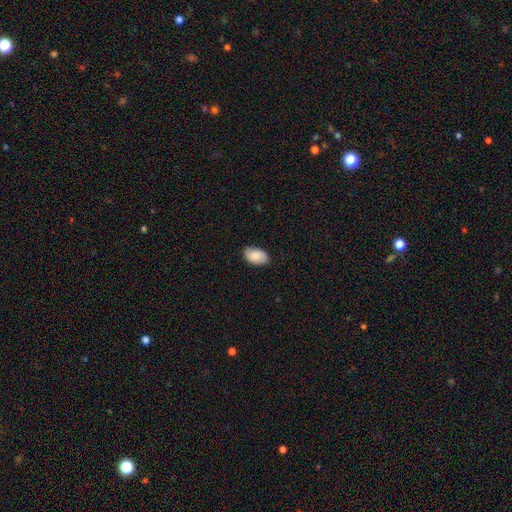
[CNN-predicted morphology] A smooth galaxy with no disk features (86%) that is in between round and cigar-shaped (93%). Merging: none (84%).